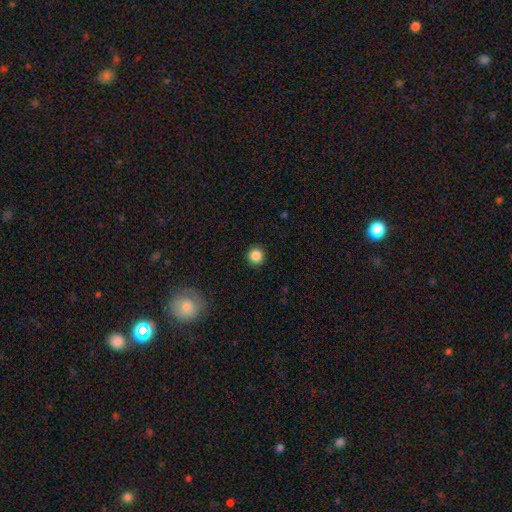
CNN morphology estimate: smooth-or-featured: smooth: 86% | star or artifact: 10% | featured or disk: 4%
  how-rounded: round: 95% | in between: 4% | cigar-shaped: 1%
  merging: none: 92% | minor disturbance: 5% | major disturbance: 2% | merger: 1%